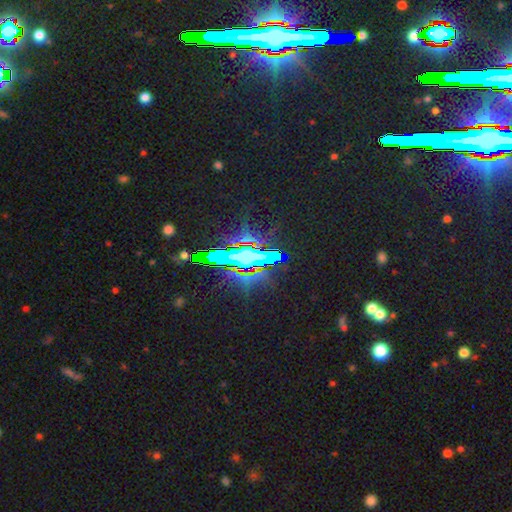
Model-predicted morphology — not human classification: A star or artifact, not a galaxy (71%).